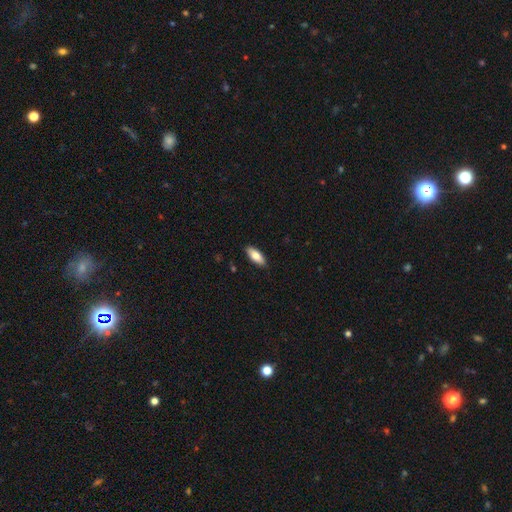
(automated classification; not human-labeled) The model was most divided on "how rounded": in between: 76%, cigar-shaped: 22%, round: 2%. More confident: merging — none (89%); smooth or featured — smooth (76%).